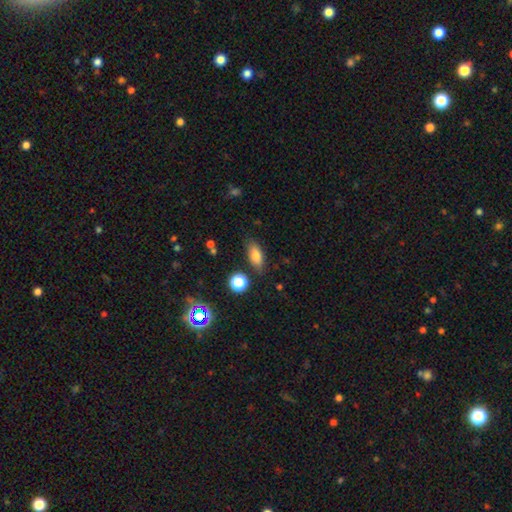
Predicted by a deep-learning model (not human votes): A smooth galaxy with no disk features (80%) that is in between round and cigar-shaped (81%). Merging: none (79%).